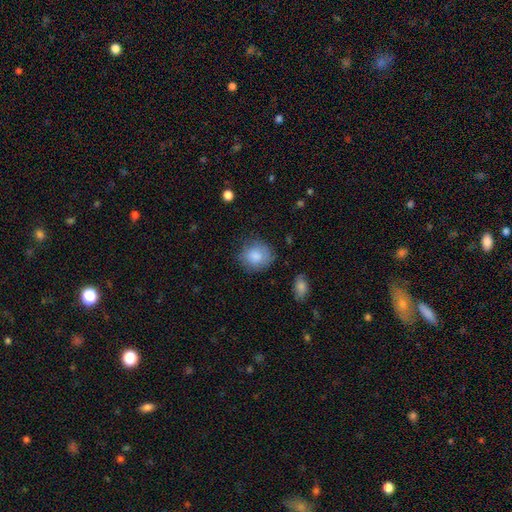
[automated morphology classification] The model was most divided on "merging": none: 74%, minor disturbance: 19%, major disturbance: 5%, merger: 2%. More confident: smooth or featured — smooth (85%); how rounded — round (80%).